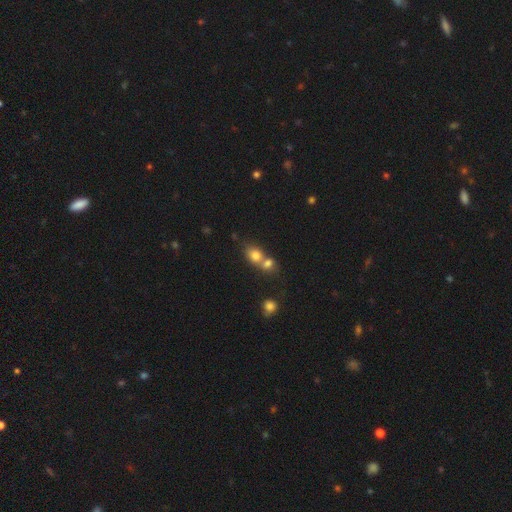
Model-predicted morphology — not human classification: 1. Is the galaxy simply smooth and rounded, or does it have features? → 77% smooth, 11% featured or disk, 11% star or artifact.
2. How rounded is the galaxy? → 51% round, 47% in between, 2% cigar-shaped.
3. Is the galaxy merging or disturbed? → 62% merger, 28% none, 7% minor disturbance, 3% major disturbance.